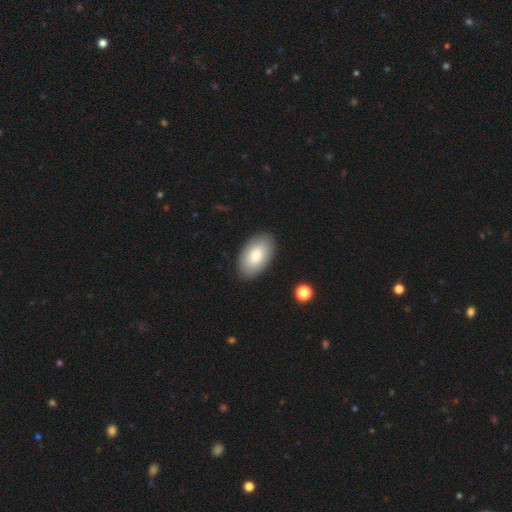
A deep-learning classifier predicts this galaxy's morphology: Q: Smooth or featured?
A: smooth (84%); runner-up: featured or disk (10%)
Q: How rounded?
A: in between (96%); runner-up: round (3%)
Q: Merging?
A: none (88%); runner-up: minor disturbance (9%)